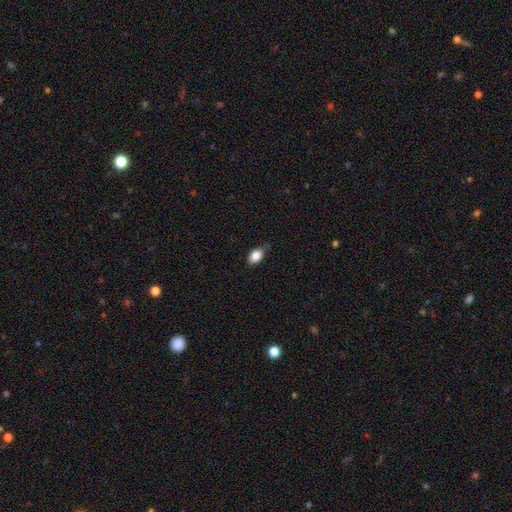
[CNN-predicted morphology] This appears to be a smooth galaxy with no disk features (85%) that is in between round and cigar-shaped (88%). Merging: none (73%).